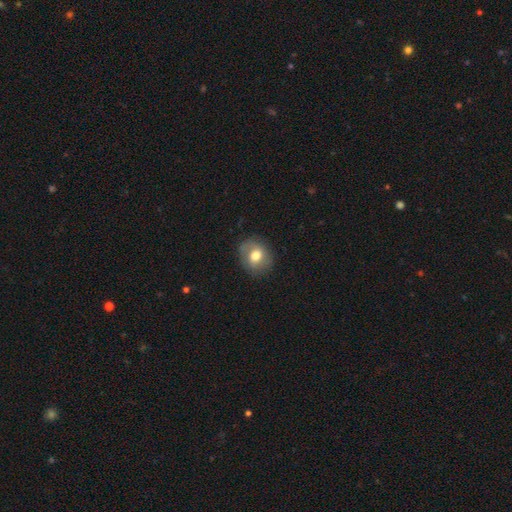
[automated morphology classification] Q: Smooth or featured?
A: smooth (69%); runner-up: featured or disk (22%)
Q: How rounded?
A: round (65%); runner-up: in between (34%)
Q: Merging?
A: none (78%); runner-up: minor disturbance (16%)